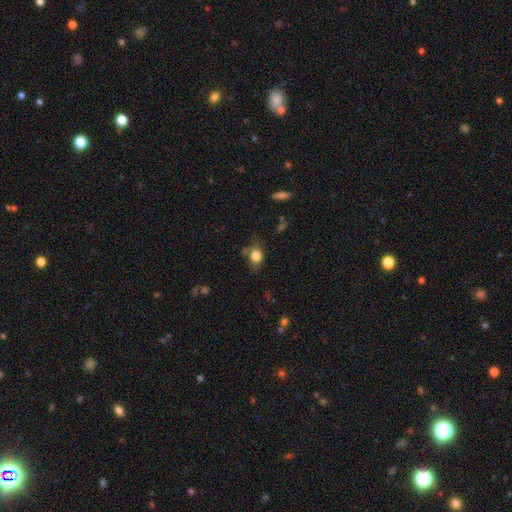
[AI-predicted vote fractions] Overall: smooth (81%). How rounded: in between (54%; round 44%). Merging: none (62%; minor disturbance 24%).